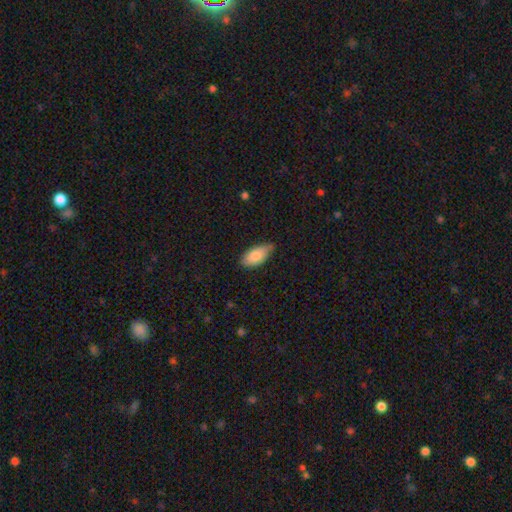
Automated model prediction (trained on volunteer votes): Smooth or featured?
  - smooth: 82% *
  - featured or disk: 12%
  - star or artifact: 6%
How rounded?
  - in between: 92% *
  - cigar-shaped: 5%
  - round: 2%
Merging?
  - none: 67% *
  - minor disturbance: 28%
  - major disturbance: 3%
  - merger: 1%